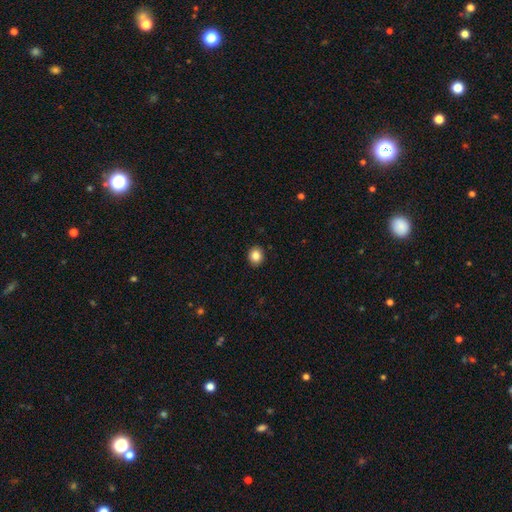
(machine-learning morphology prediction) This is clearly a smooth galaxy (85%). How rounded: likely round (72%). Merging: clearly none (92%).